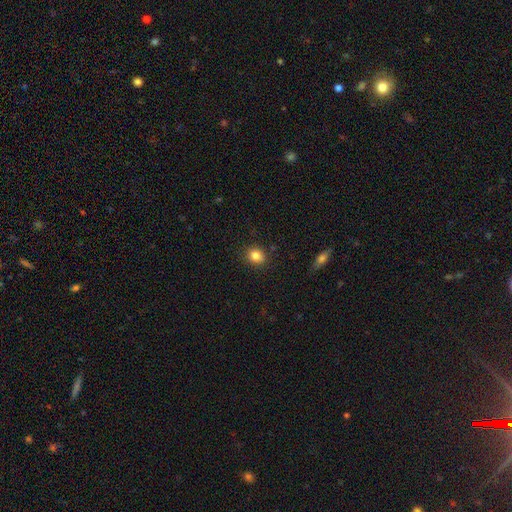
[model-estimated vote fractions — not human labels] smooth-or-featured: smooth: 84% | star or artifact: 10% | featured or disk: 6%
  how-rounded: round: 58% | in between: 41% | cigar-shaped: 1%
  merging: none: 88% | minor disturbance: 9% | major disturbance: 2% | merger: 1%